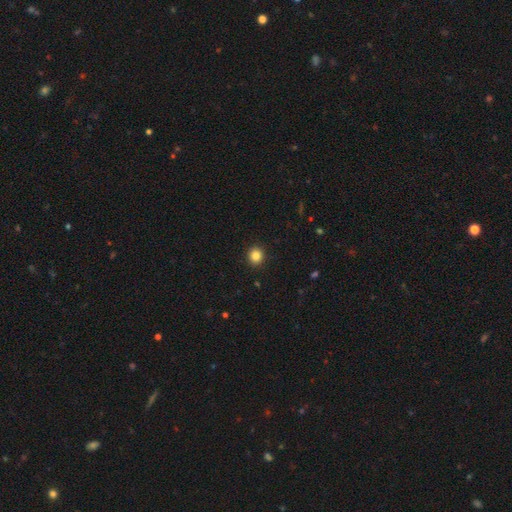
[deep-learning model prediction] smooth-or-featured: smooth: 85% | star or artifact: 11% | featured or disk: 4%
  how-rounded: round: 86% | in between: 13% | cigar-shaped: 1%
  merging: none: 92% | minor disturbance: 5% | major disturbance: 2% | merger: 1%